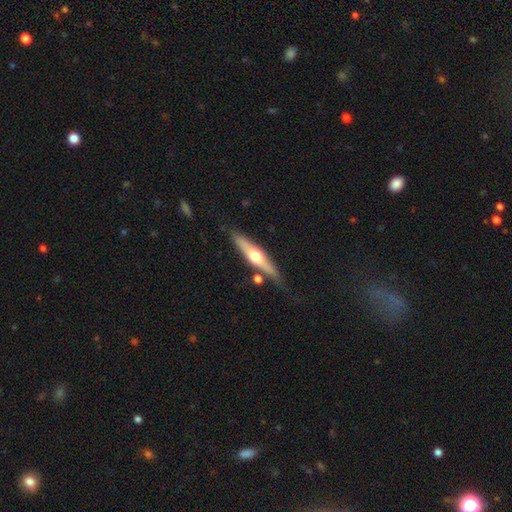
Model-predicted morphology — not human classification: Smooth or featured?
  - featured or disk: 61% *
  - smooth: 34%
  - star or artifact: 5%
Edge-on disk?
  - yes: 93% *
  - no: 7%
Edge-on bulge?
  - rounded: 93% *
  - boxy: 4%
  - none: 3%
Merging?
  - none: 74% *
  - minor disturbance: 16%
  - merger: 7%
  - major disturbance: 4%